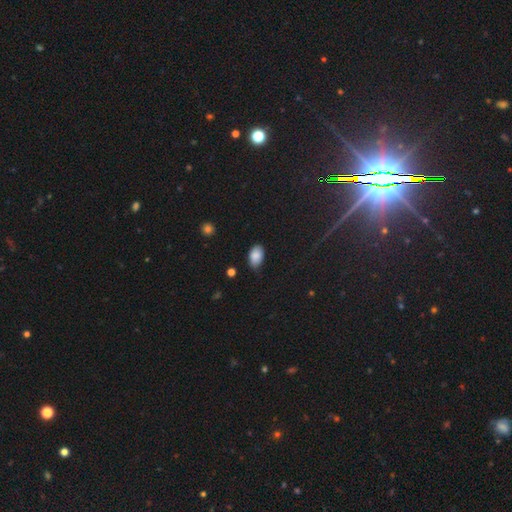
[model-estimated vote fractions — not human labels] Morphology: type=smooth (87%); roundness=in between (92%); merging=none (72%).